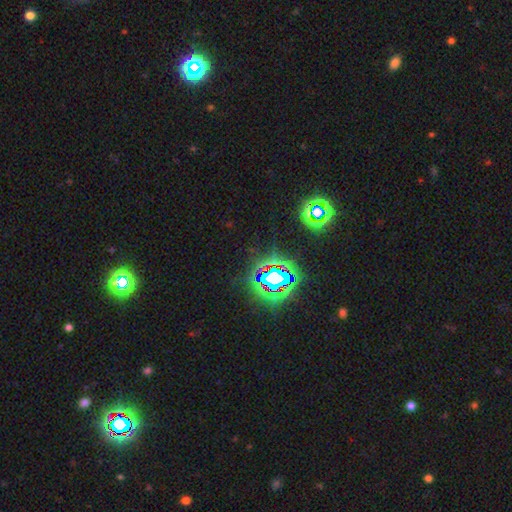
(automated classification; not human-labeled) Morphology: type=star or artifact (82%).